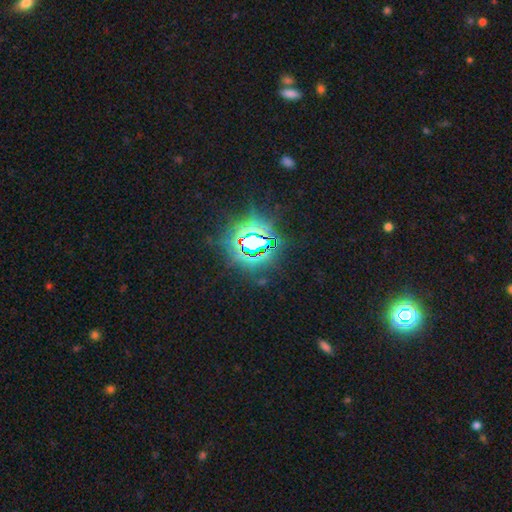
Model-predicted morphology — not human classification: A star or artifact, not a galaxy (83%).